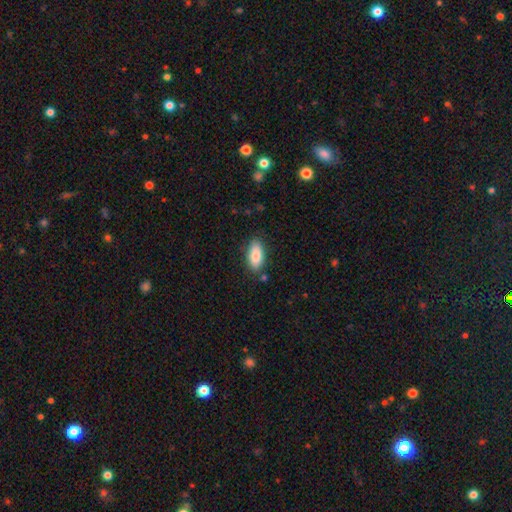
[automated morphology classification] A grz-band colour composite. It shows a smooth galaxy with no disk features (82%) that is in between round and cigar-shaped (89%). Merging: none (82%).